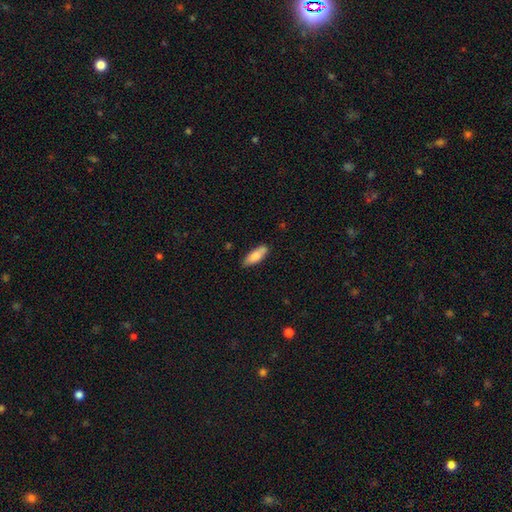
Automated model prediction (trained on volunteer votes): This is clearly a smooth galaxy (81%). How rounded: likely in between (63%). Merging: clearly none (82%).